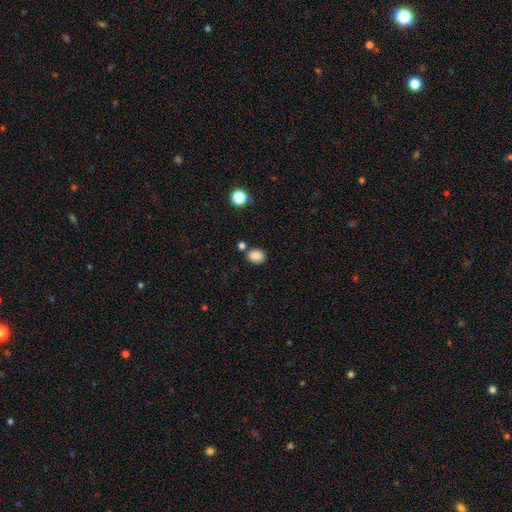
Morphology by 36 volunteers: Q: Smooth or featured?
A: smooth (94%); runner-up: featured or disk (6%)
Q: How rounded?
A: in between (76%); runner-up: round (24%)
Q: Merging?
A: none (75%); runner-up: merger (19%)